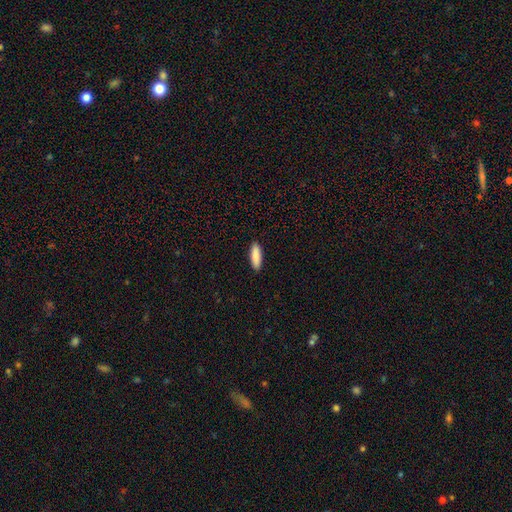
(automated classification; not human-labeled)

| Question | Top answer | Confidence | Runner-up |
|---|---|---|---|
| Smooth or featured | smooth | 88% | featured or disk (6%) |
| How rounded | in between | 53% | cigar-shaped (46%) |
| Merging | none | 91% | minor disturbance (6%) |